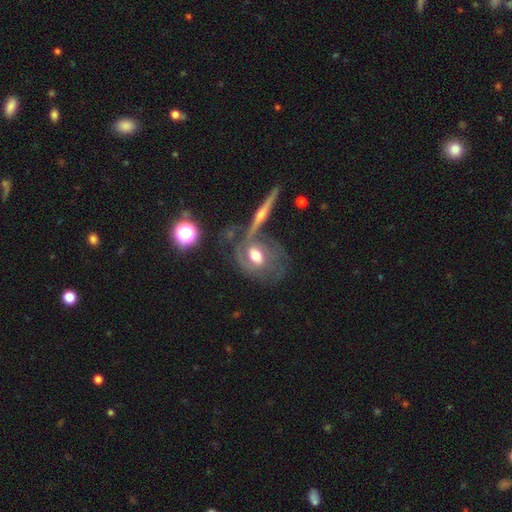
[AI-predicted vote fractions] Q: Smooth or featured?
A: featured or disk (71%); runner-up: smooth (22%)
Q: Edge-on disk?
A: no (86%); runner-up: yes (14%)
Q: Bar?
A: no (44%); runner-up: weak (38%)
Q: Spiral arms?
A: yes (78%); runner-up: no (22%)
Q: Bulge size?
A: moderate (63%); runner-up: large (26%)
Q: Merging?
A: none (42%); runner-up: merger (27%)